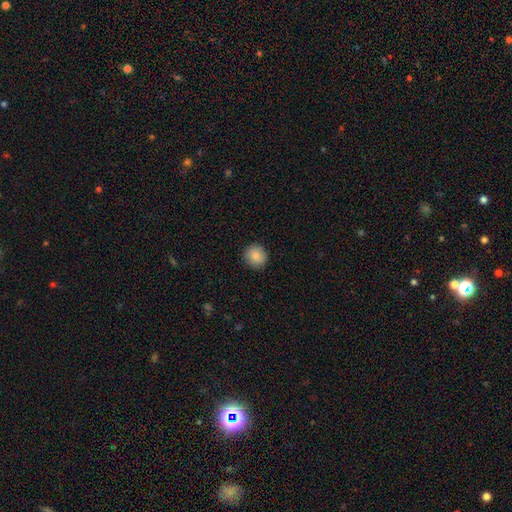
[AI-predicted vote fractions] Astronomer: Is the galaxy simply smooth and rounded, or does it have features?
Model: smooth — 86%.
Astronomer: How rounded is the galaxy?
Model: round — 89%.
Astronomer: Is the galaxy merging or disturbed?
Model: none — 90%.